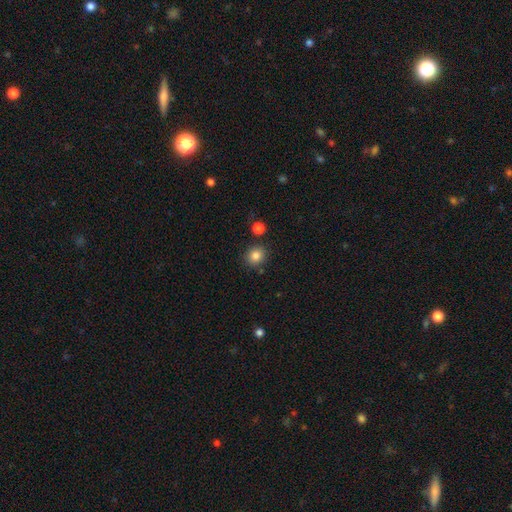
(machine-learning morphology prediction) A smooth galaxy with no disk features (84%) that is round (84%).

Vote fractions:
- Smooth or featured? smooth: 84% / star or artifact: 11% / featured or disk: 5%
- How rounded? round: 84% / in between: 15% / cigar-shaped: 1%
- Merging? none: 84% / minor disturbance: 8% / merger: 5% / major disturbance: 3%